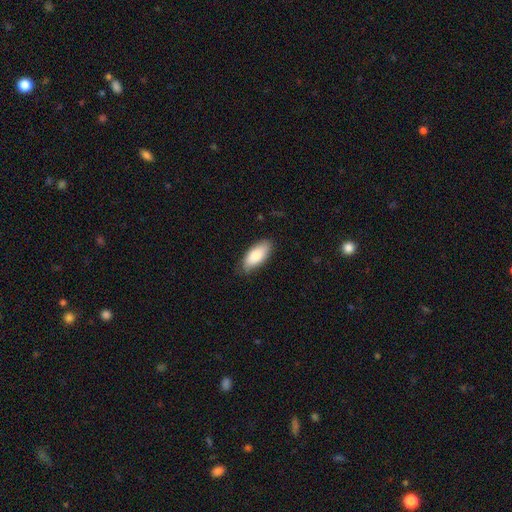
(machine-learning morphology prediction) A smooth galaxy with no disk features (83%) that is in between round and cigar-shaped (87%).

Vote fractions:
- Smooth or featured? smooth: 83% / featured or disk: 11% / star or artifact: 6%
- How rounded? in between: 87% / cigar-shaped: 11% / round: 2%
- Merging? none: 80% / minor disturbance: 16% / major disturbance: 3% / merger: 1%